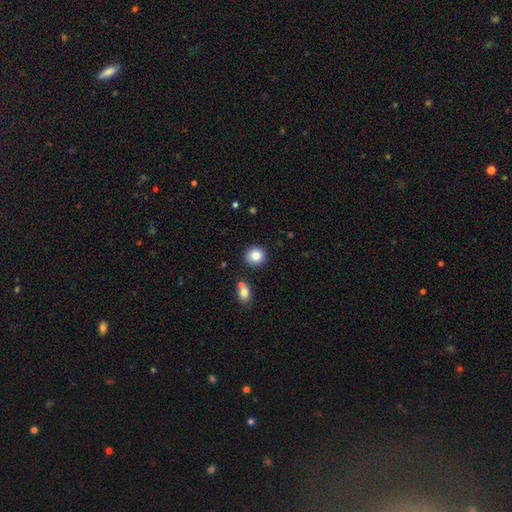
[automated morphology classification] This is clearly a smooth galaxy (83%). How rounded: clearly round (90%). Merging: clearly none (87%).